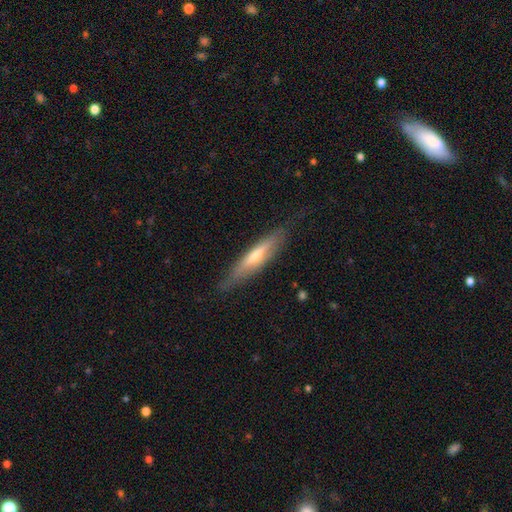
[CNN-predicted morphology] The model was most divided on "smooth or featured": featured or disk: 51%, smooth: 43%, star or artifact: 6%. More confident: edge-on disk — yes (84%); merging — none (77%).